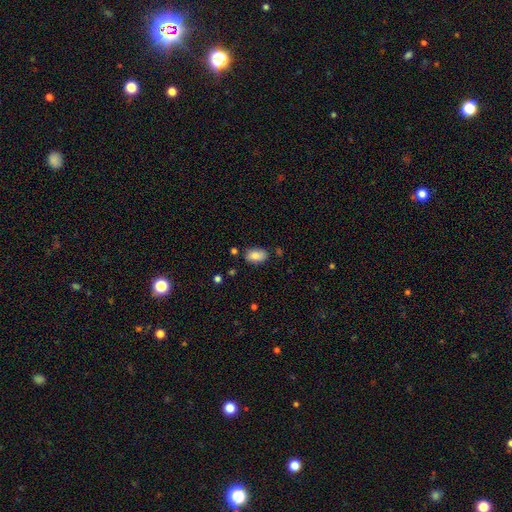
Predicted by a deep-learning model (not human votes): A smooth galaxy with no disk features (81%) that is in between round and cigar-shaped (90%). Merging: none (77%).